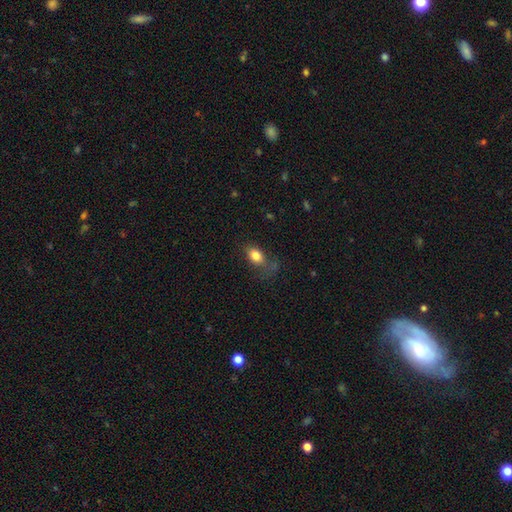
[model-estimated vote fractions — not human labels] Smooth or featured: smooth — 82% (star or artifact — 9%)
How rounded: in between — 79% (round — 19%)
Merging: none — 57% (minor disturbance — 25%)